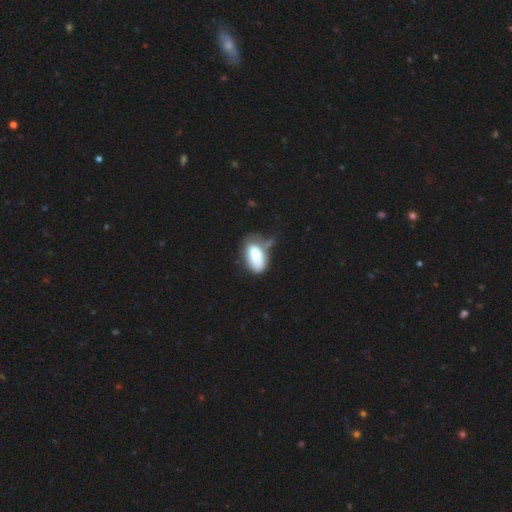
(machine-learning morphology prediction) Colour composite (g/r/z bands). It shows a smooth galaxy with no disk features (78%) that is in between round and cigar-shaped (93%). Merging: none (38%).